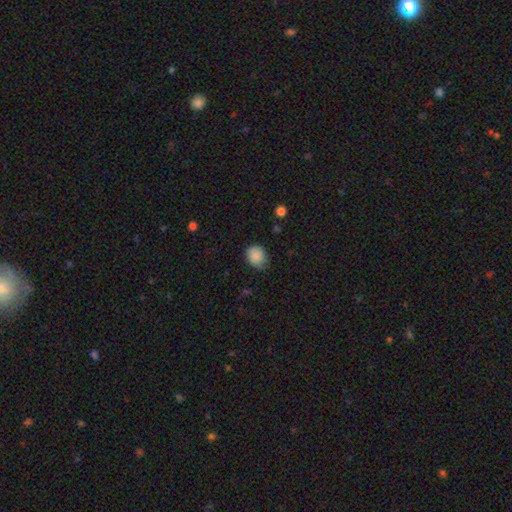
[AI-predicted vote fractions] smooth 87%, star or artifact 8%, featured or disk 5%. Down the decision tree: how rounded — round (57%); merging — none (68%).